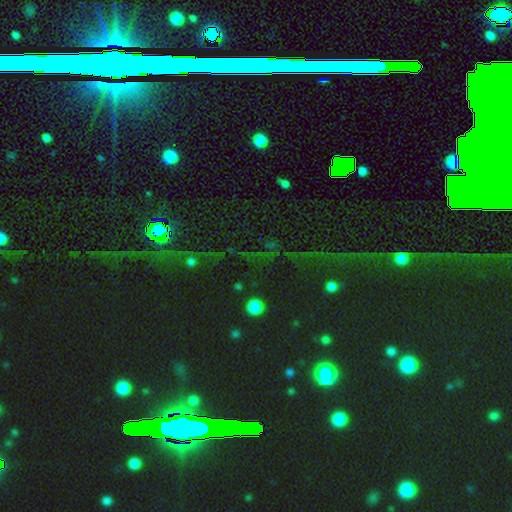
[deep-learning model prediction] The model was most divided on "smooth or featured": star or artifact: 74%, smooth: 16%, featured or disk: 10%.